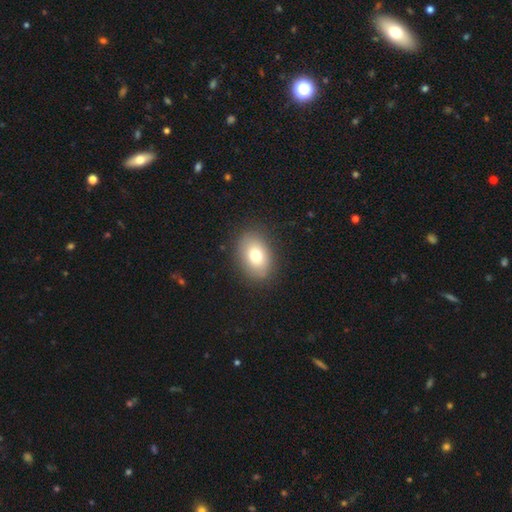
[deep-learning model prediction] This appears to be a smooth galaxy with no disk features (75%) that is in between round and cigar-shaped (77%). Merging: none (86%).